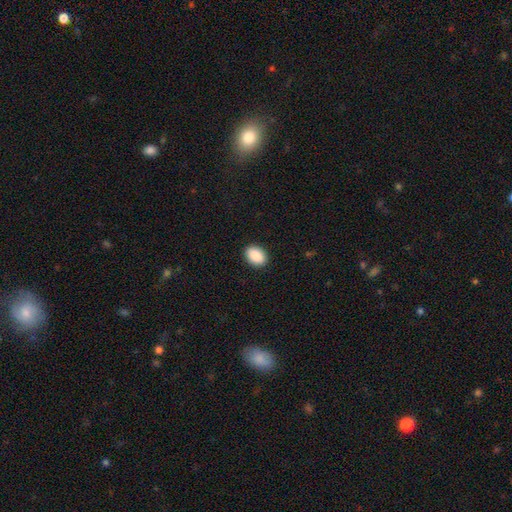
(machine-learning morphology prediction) Overall: smooth (90%). How rounded: in between (78%). Merging: none (91%).